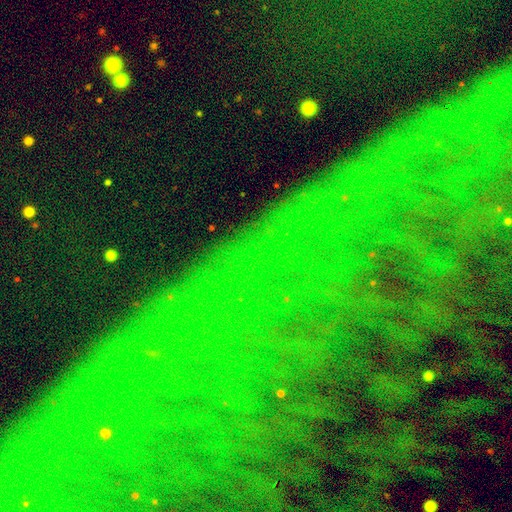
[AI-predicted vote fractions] Smooth or featured?
  - star or artifact: 82% *
  - featured or disk: 9%
  - smooth: 8%